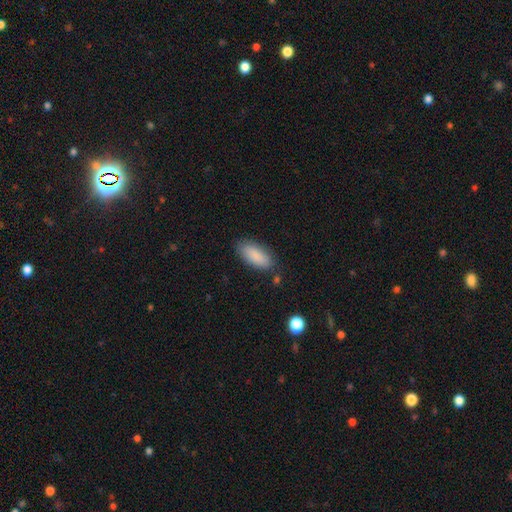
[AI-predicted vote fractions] Overall: smooth (88%). How rounded: in between (84%). Merging: none (82%).